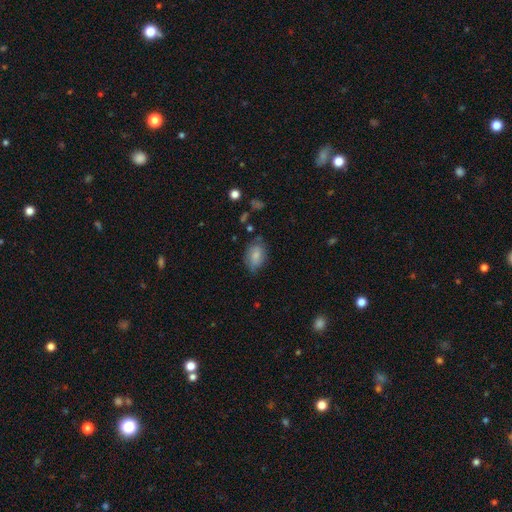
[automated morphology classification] smooth 78%, featured or disk 15%, star or artifact 7%. Down the decision tree: how rounded — in between (87%); merging — none (69%).